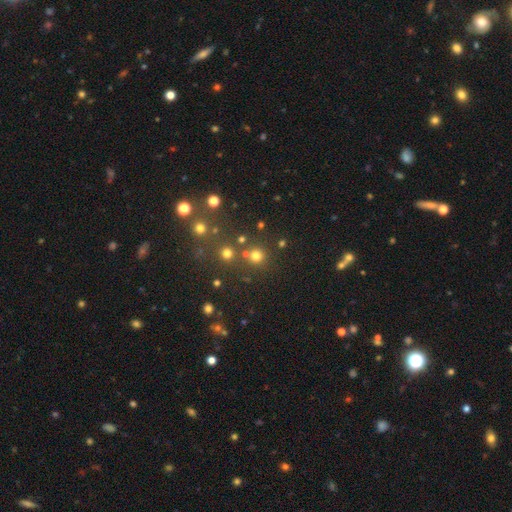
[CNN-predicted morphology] Smooth or featured? smooth (71%)
How rounded? round (94%)
Merging? none (79%)